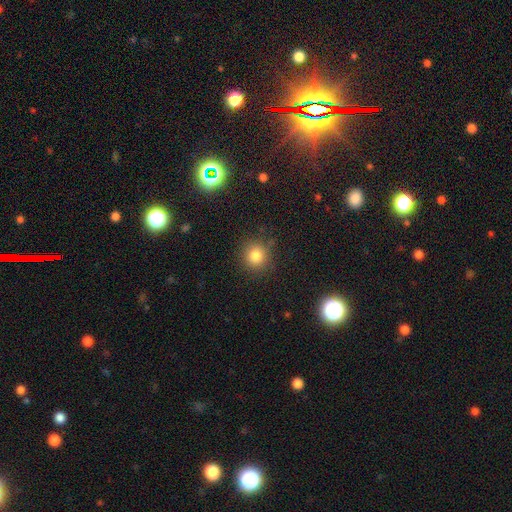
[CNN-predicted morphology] Smooth or featured: smooth — 82% (star or artifact — 12%)
How rounded: round — 90% (in between — 9%)
Merging: none — 86% (minor disturbance — 9%)